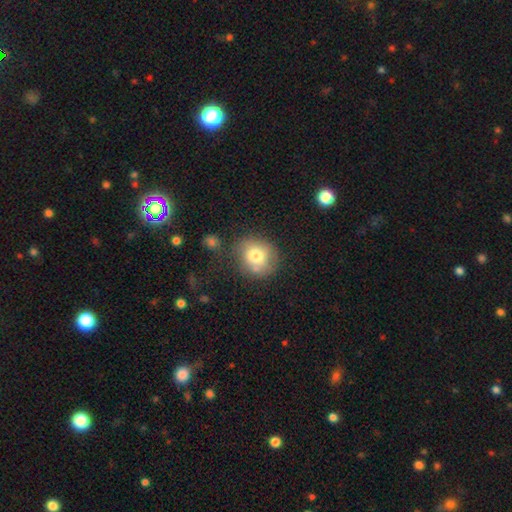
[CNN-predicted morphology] This appears to be a smooth galaxy with no disk features (75%) that is round (79%). Merging: none (69%).